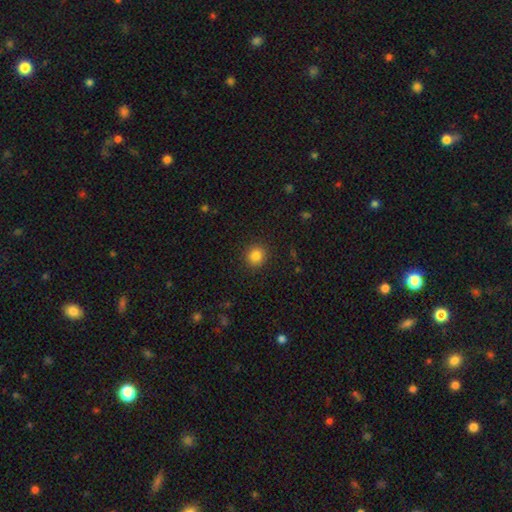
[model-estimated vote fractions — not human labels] The model was most divided on "smooth or featured": smooth: 84%, star or artifact: 11%, featured or disk: 5%. More confident: merging — none (90%); how rounded — round (86%).